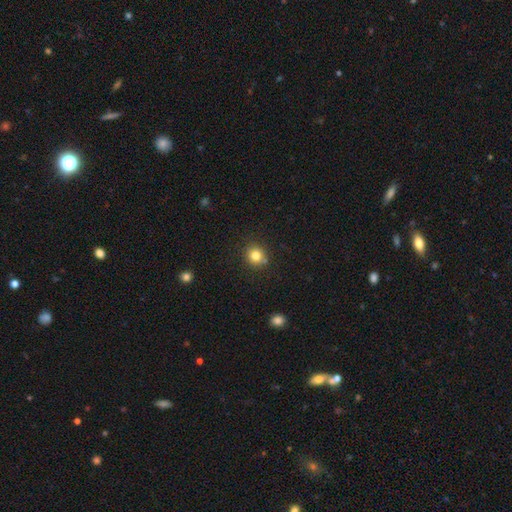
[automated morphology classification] This appears to be a smooth galaxy with no disk features (81%) that is round (89%). Merging: none (82%).